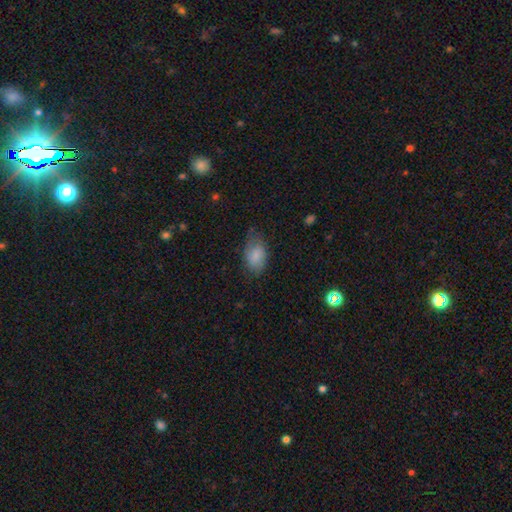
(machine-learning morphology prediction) smooth-or-featured: smooth: 83% | featured or disk: 10% | star or artifact: 7%
  how-rounded: in between: 91% | round: 8% | cigar-shaped: 2%
  merging: none: 57% | minor disturbance: 30% | major disturbance: 12% | merger: 1%